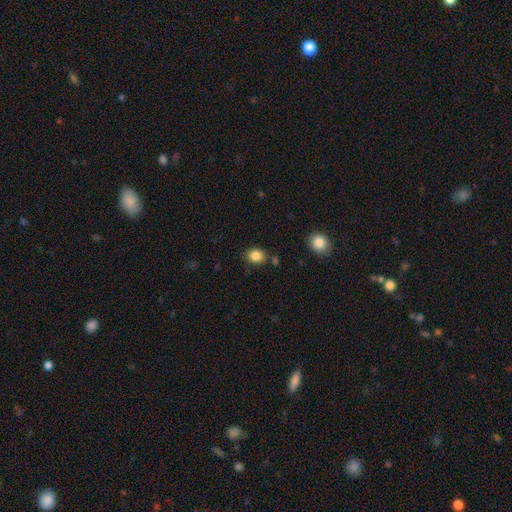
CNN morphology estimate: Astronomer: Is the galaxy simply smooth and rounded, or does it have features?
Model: smooth — 86%.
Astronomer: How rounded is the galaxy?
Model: round — 61% (runner-up: in between, 38%).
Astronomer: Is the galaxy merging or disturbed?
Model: none — 81%.